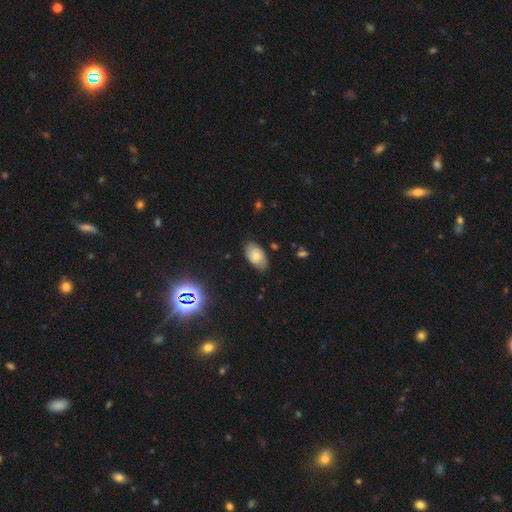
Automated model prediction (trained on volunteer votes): A smooth galaxy with no disk features (54%) that is in between round and cigar-shaped (92%). Merging: none (75%).